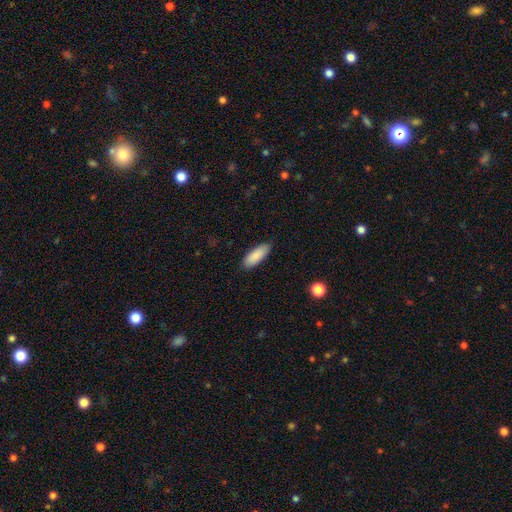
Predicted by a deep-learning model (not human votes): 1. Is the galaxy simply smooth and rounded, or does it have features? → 89% smooth, 6% featured or disk, 6% star or artifact.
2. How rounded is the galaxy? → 76% in between, 23% cigar-shaped, 2% round.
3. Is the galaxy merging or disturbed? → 85% none, 12% minor disturbance, 2% major disturbance, 1% merger.